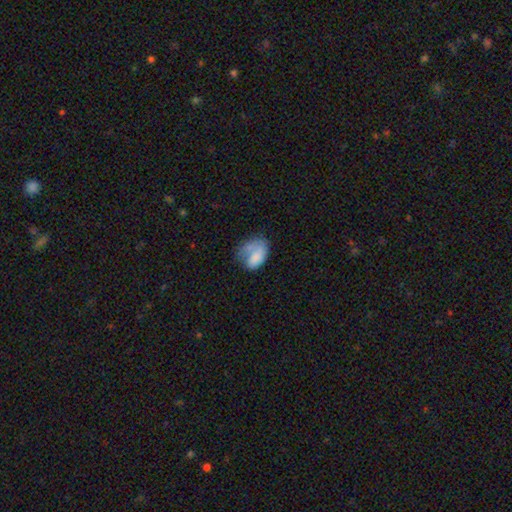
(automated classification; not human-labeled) Q: Smooth or featured?
A: smooth (66%); runner-up: featured or disk (27%)
Q: How rounded?
A: in between (85%); runner-up: round (14%)
Q: Merging?
A: major disturbance (37%); runner-up: none (31%)